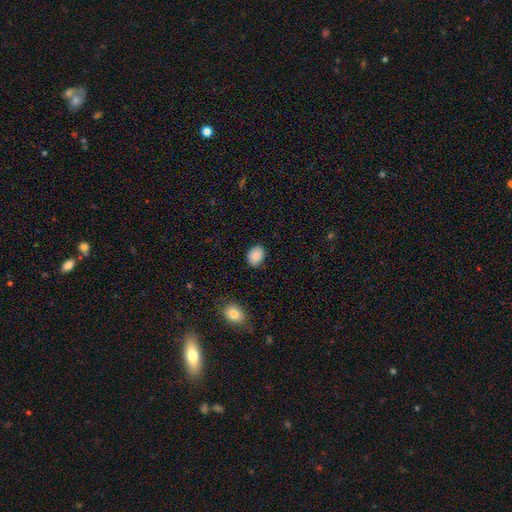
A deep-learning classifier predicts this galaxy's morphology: The model was most divided on "how rounded": in between: 64%, round: 35%, cigar-shaped: 1%. More confident: smooth or featured — smooth (89%); merging — none (85%).